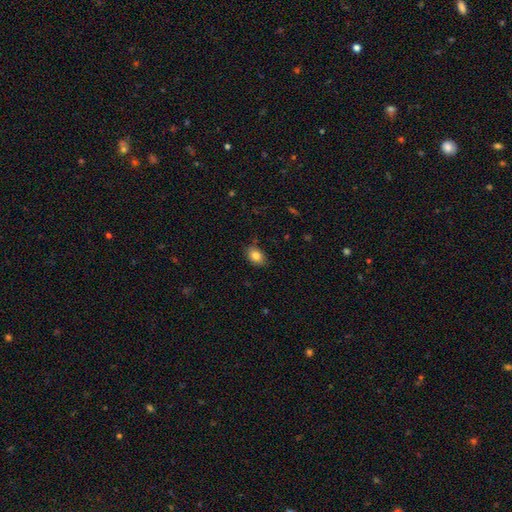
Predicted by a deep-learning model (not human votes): The model was most divided on "how rounded": in between: 80%, round: 19%, cigar-shaped: 1%. More confident: smooth or featured — smooth (83%); merging — none (81%).